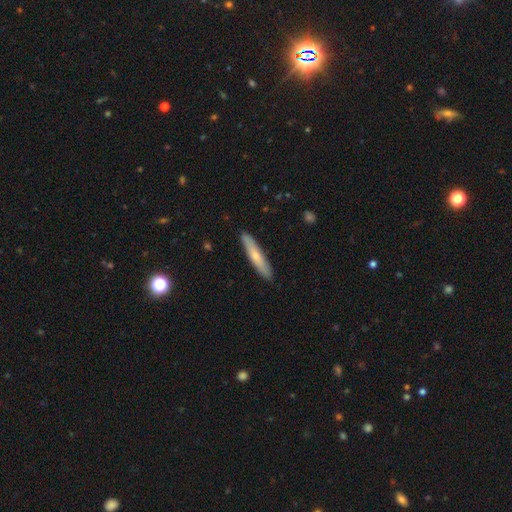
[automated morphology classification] smooth 61%, featured or disk 33%, star or artifact 5%. Down the decision tree: how rounded — cigar-shaped (91%); merging — none (90%).